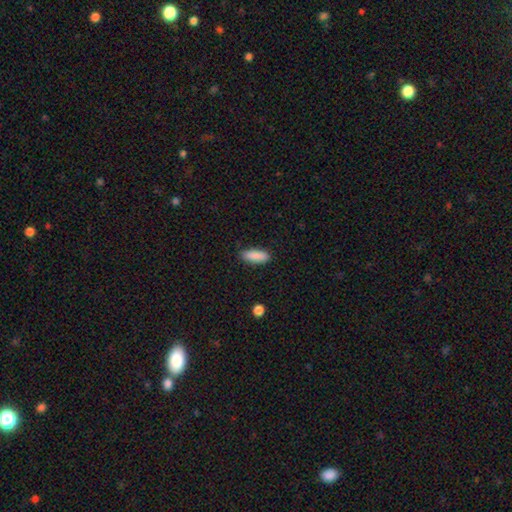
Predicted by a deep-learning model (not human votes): This is clearly a smooth galaxy (89%). How rounded: likely in between (61%). Merging: clearly none (87%).